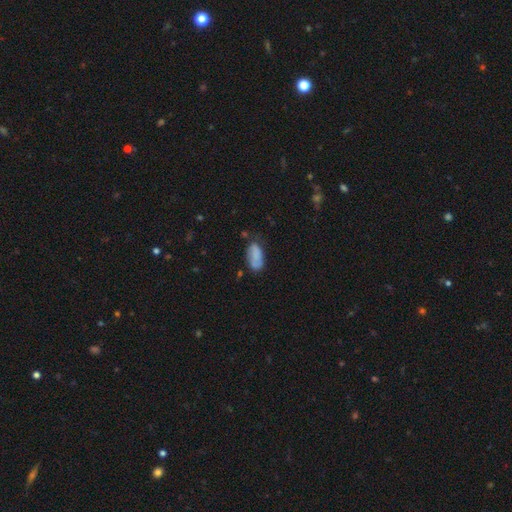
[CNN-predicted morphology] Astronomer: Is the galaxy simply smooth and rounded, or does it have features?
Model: smooth — 76%.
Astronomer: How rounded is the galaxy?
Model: in between — 91%.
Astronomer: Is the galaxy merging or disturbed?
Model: none — 57%.